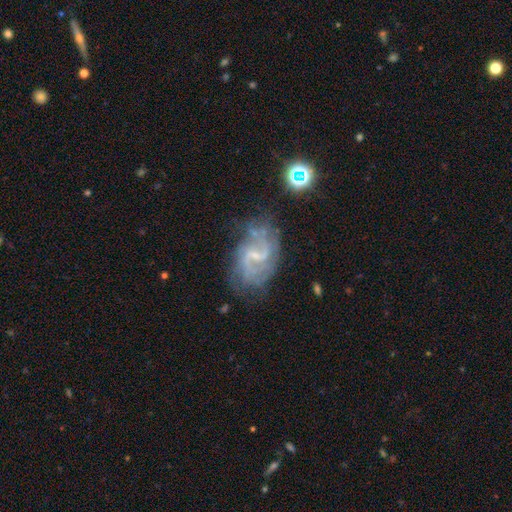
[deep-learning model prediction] Smooth or featured? featured or disk (82%)
Edge-on disk? no (98%)
Bar? weak (61%)
Spiral arms? yes (92%)
Spiral winding? medium (46%)
Spiral arm count? 2 (65%)
Bulge size? small (61%)
Merging? none (60%)